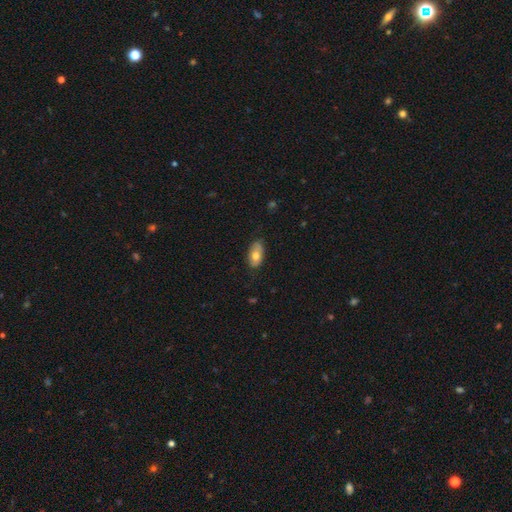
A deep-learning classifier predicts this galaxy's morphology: A smooth galaxy with no disk features (70%) that is in between round and cigar-shaped (92%). Merging: none (77%).